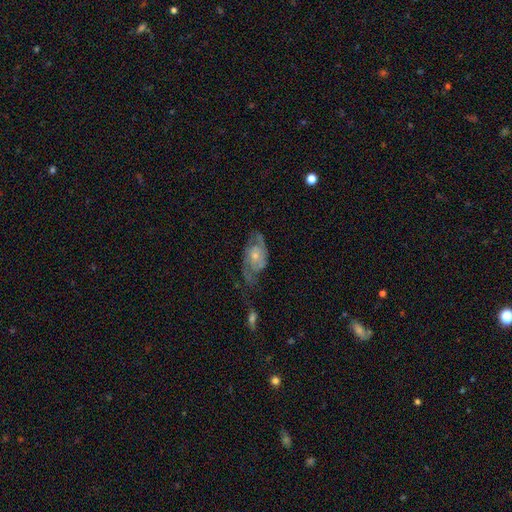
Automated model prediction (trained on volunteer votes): This is likely a featured or disk galaxy (74%). It is clearly not viewed edge-on (95%). Bar: likely no (73%). Spiral arm pattern: clearly yes (87%). Spiral arm count: likely 2 (71%). Spiral winding: marginally medium (43%). Central bulge: possibly small (55%). Merging: marginally none (45%).